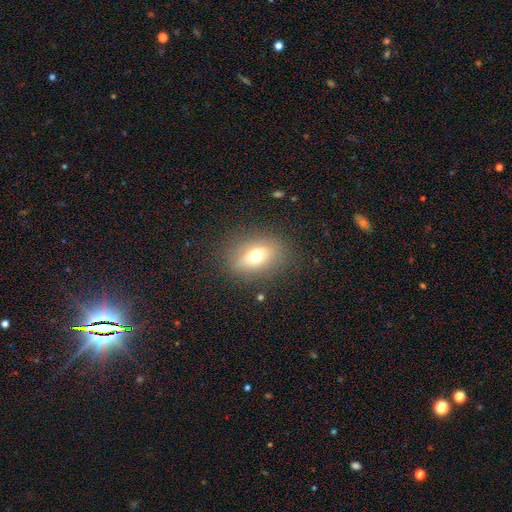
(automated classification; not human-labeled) Q: Smooth or featured?
A: smooth (63%); runner-up: featured or disk (24%)
Q: How rounded?
A: in between (66%); runner-up: round (30%)
Q: Merging?
A: none (81%); runner-up: minor disturbance (12%)